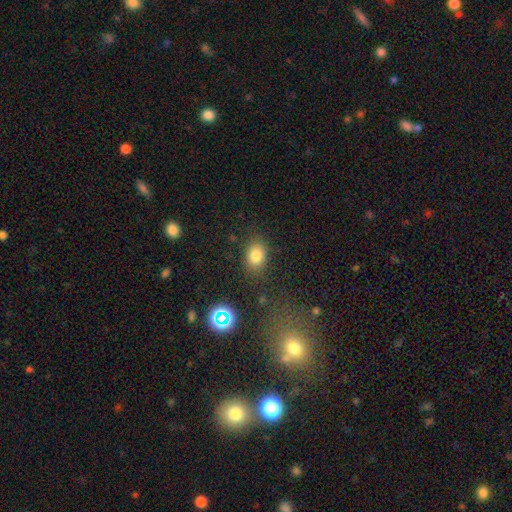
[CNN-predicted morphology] smooth-or-featured: smooth: 81% | star or artifact: 12% | featured or disk: 7%
  how-rounded: in between: 70% | round: 29% | cigar-shaped: 1%
  merging: none: 80% | minor disturbance: 13% | major disturbance: 4% | merger: 2%